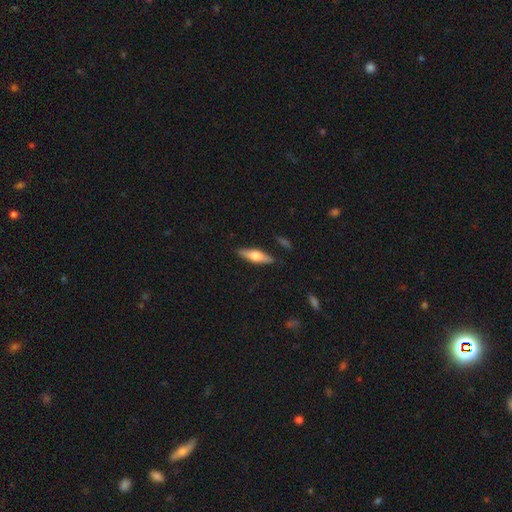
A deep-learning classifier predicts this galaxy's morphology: Smooth or featured? featured or disk (48%)
Merging? none (87%)